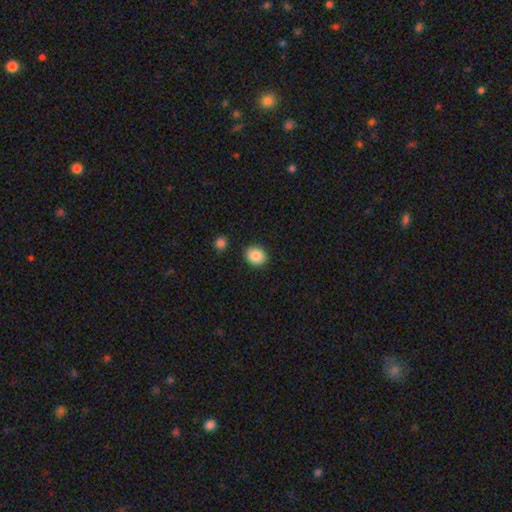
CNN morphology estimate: smooth-or-featured: smooth: 87% | star or artifact: 8% | featured or disk: 5%
  how-rounded: round: 70% | in between: 29% | cigar-shaped: 1%
  merging: none: 89% | minor disturbance: 7% | merger: 2% | major disturbance: 2%